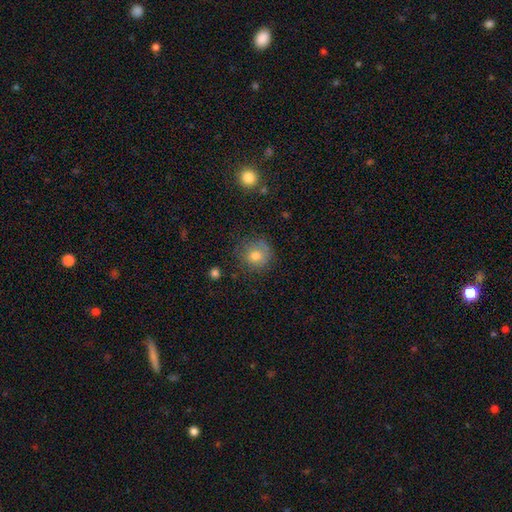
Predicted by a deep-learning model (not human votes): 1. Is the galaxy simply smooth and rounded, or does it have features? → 78% smooth, 11% star or artifact, 10% featured or disk.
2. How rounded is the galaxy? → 90% round, 9% in between, 1% cigar-shaped.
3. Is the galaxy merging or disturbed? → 75% none, 17% minor disturbance, 6% major disturbance, 2% merger.